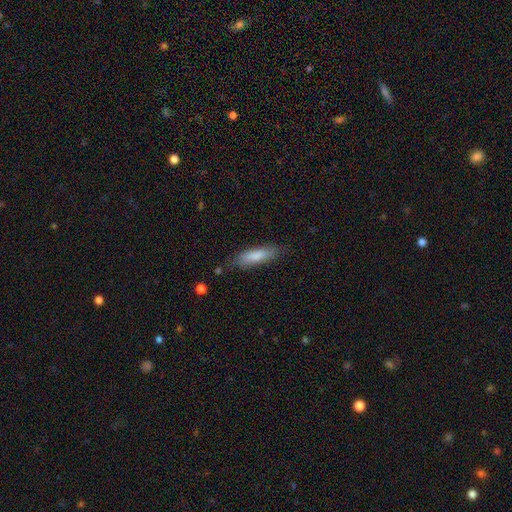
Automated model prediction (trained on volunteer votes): Q: Smooth or featured?
A: smooth (81%); runner-up: featured or disk (13%)
Q: How rounded?
A: cigar-shaped (58%); runner-up: in between (40%)
Q: Merging?
A: none (76%); runner-up: minor disturbance (18%)